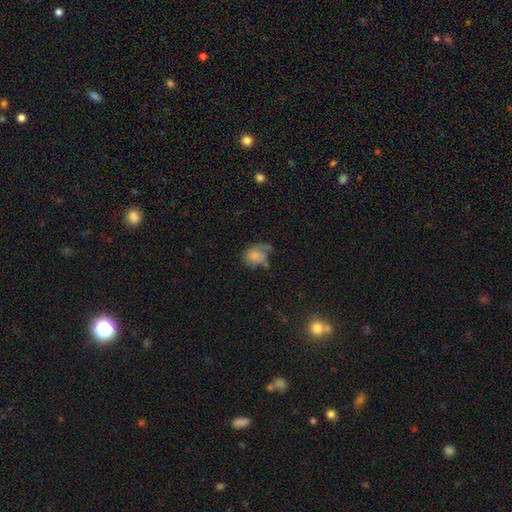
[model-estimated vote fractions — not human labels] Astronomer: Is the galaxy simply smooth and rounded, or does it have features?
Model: smooth — 66%.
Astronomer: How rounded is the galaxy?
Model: in between — 55% (runner-up: round, 44%).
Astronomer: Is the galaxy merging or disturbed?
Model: major disturbance — 31% (runner-up: minor disturbance, 30%).